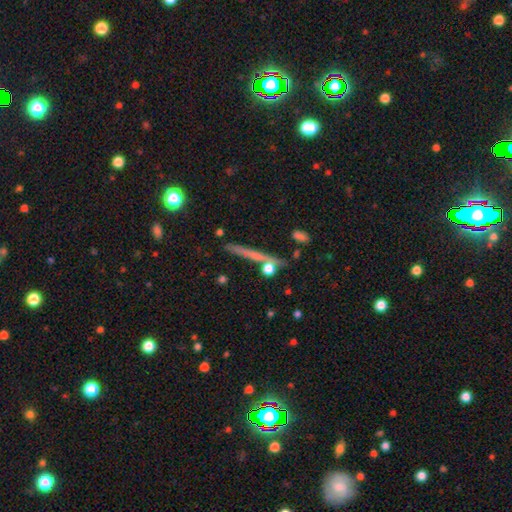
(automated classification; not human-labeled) A featured or disk galaxy (46%).

Vote fractions:
- Smooth or featured? featured or disk: 46% / smooth: 43% / star or artifact: 11%
- Merging? none: 81% / minor disturbance: 9% / merger: 7% / major disturbance: 3%